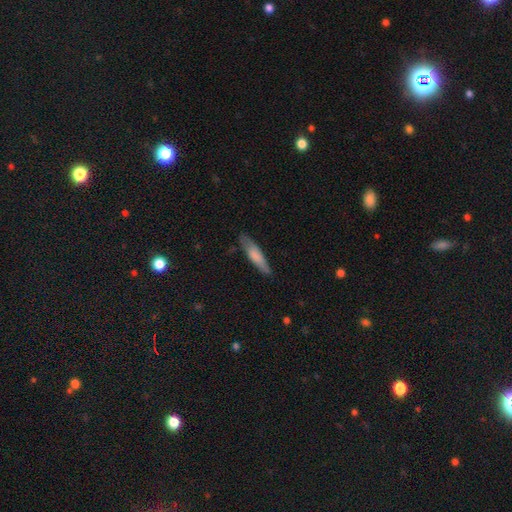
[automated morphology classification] This is likely a smooth galaxy (73%). How rounded: likely cigar-shaped (78%). Merging: likely none (75%).